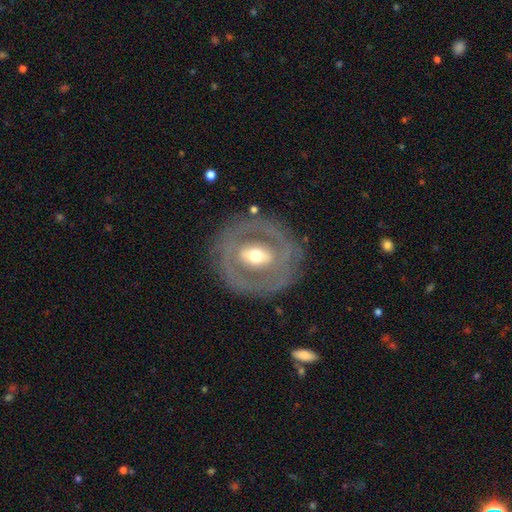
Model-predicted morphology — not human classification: Smooth or featured? featured or disk (71%)
Edge-on disk? no (92%)
Bar? strong (38%)
Spiral arms? no (66%)
Bulge size? moderate (65%)
Merging? none (79%)